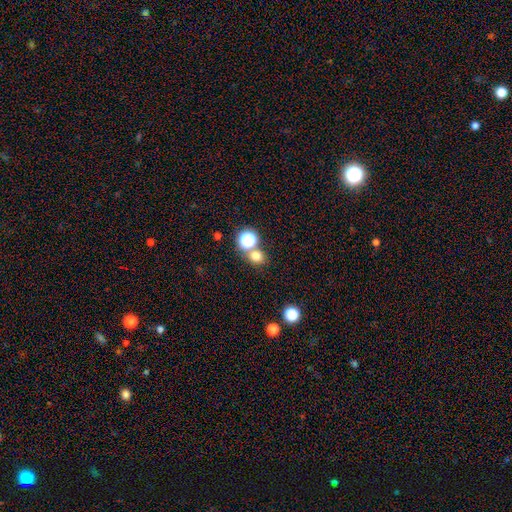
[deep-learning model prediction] Smooth or featured? Predicted: smooth (p=0.71). How rounded? Predicted: round (p=0.80). Merging? Predicted: none (p=0.64).